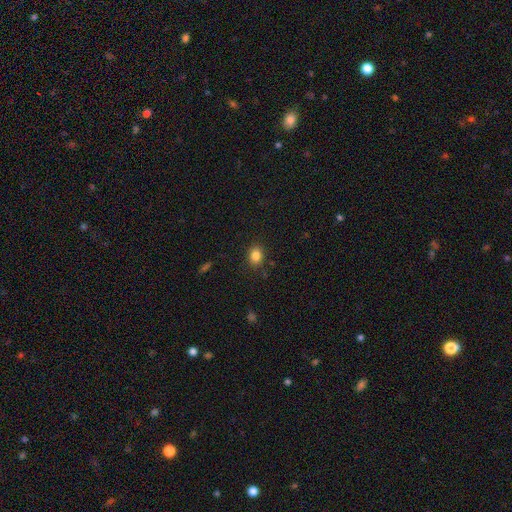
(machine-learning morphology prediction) Smooth or featured?
  - smooth: 84% *
  - star or artifact: 11%
  - featured or disk: 5%
How rounded?
  - in between: 51% *
  - round: 48%
  - cigar-shaped: 1%
Merging?
  - none: 85% *
  - minor disturbance: 11%
  - major disturbance: 3%
  - merger: 1%